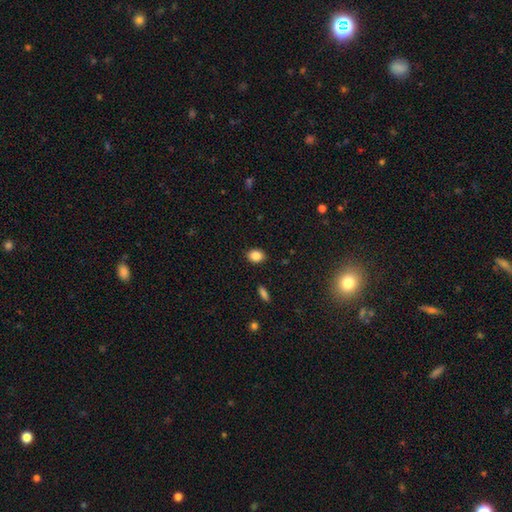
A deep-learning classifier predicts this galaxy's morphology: This appears to be a smooth galaxy with no disk features (85%) that is in between round and cigar-shaped (54%). Merging: none (88%).